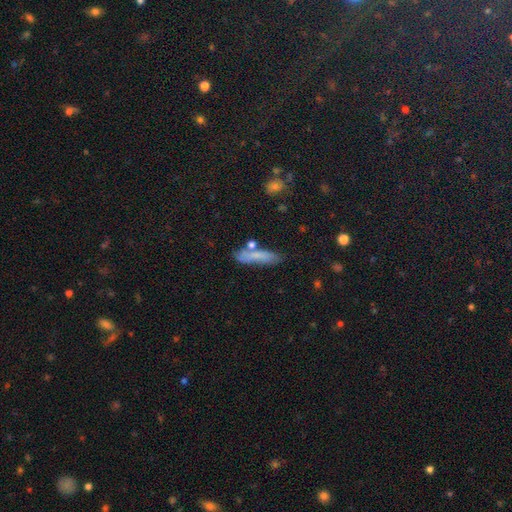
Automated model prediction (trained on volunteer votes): smooth 70%, featured or disk 20%, star or artifact 10%. Down the decision tree: how rounded — cigar-shaped (71%); merging — none (65%).